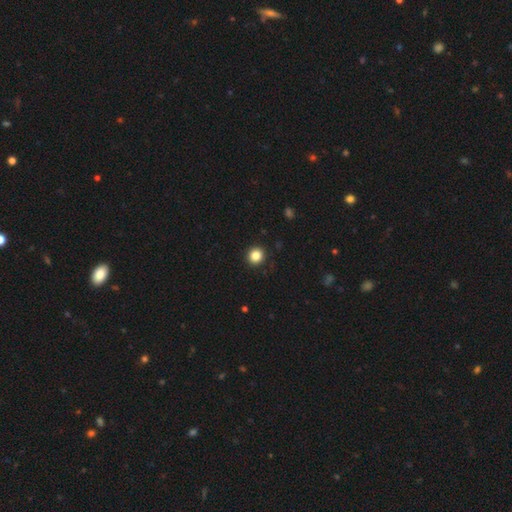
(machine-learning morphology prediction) A smooth galaxy with no disk features (85%) that is round (91%).

Vote fractions:
- Smooth or featured? smooth: 85% / star or artifact: 11% / featured or disk: 4%
- How rounded? round: 91% / in between: 8% / cigar-shaped: 1%
- Merging? none: 92% / minor disturbance: 5% / major disturbance: 2% / merger: 1%